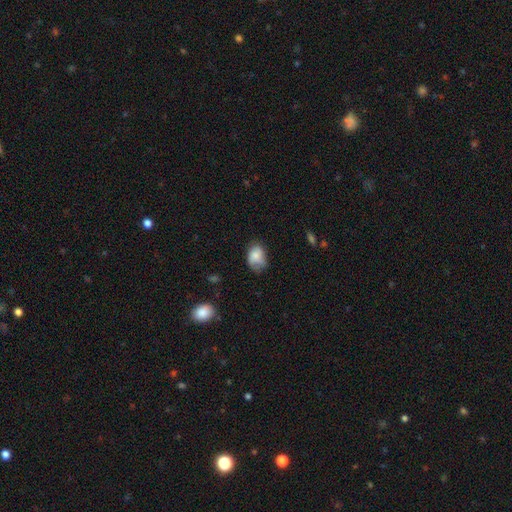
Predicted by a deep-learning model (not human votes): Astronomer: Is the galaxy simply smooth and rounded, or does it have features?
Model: smooth — 81%.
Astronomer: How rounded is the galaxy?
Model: in between — 75%.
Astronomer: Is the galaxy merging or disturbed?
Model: none — 52% (runner-up: minor disturbance, 35%).